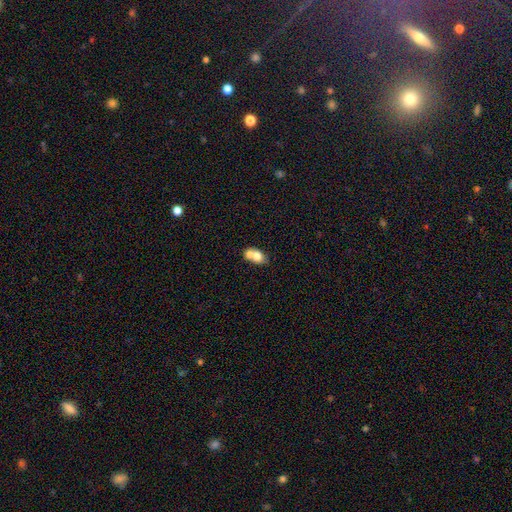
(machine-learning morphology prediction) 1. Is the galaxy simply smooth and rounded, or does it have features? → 70% smooth, 21% featured or disk, 8% star or artifact.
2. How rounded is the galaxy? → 68% in between, 30% round, 2% cigar-shaped.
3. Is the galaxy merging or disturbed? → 66% merger, 22% none, 8% minor disturbance, 4% major disturbance.